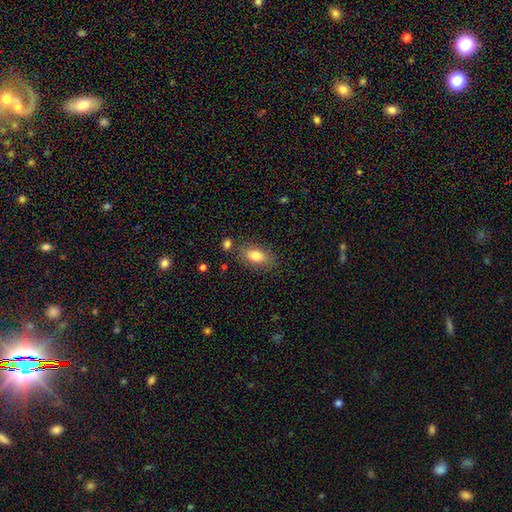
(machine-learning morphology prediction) A smooth galaxy with no disk features (81%) that is in between round and cigar-shaped (88%).

Vote fractions:
- Smooth or featured? smooth: 81% / featured or disk: 12% / star or artifact: 8%
- How rounded? in between: 88% / round: 8% / cigar-shaped: 4%
- Merging? none: 78% / minor disturbance: 13% / merger: 4% / major disturbance: 4%